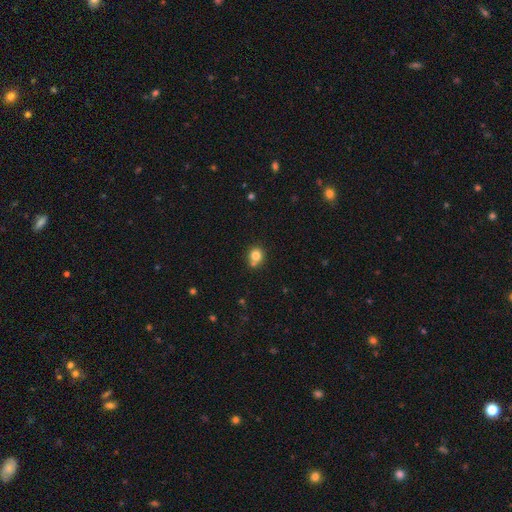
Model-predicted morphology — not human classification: Q: Smooth or featured?
A: smooth (81%); runner-up: star or artifact (12%)
Q: How rounded?
A: round (82%); runner-up: in between (17%)
Q: Merging?
A: none (61%); runner-up: merger (21%)